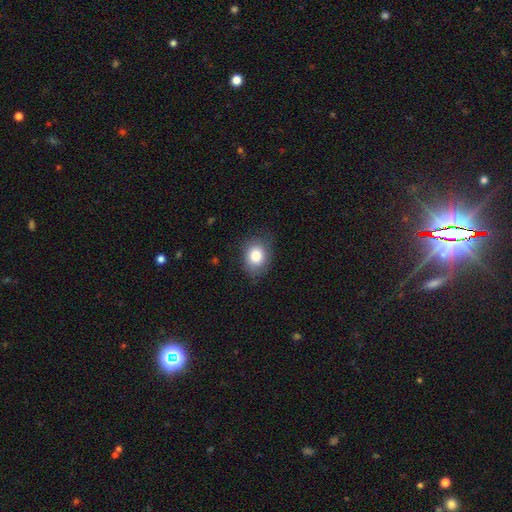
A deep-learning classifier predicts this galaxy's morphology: Smooth or featured? Predicted: smooth (p=0.83). How rounded? Predicted: in between (p=0.55). Merging? Predicted: none (p=0.76).